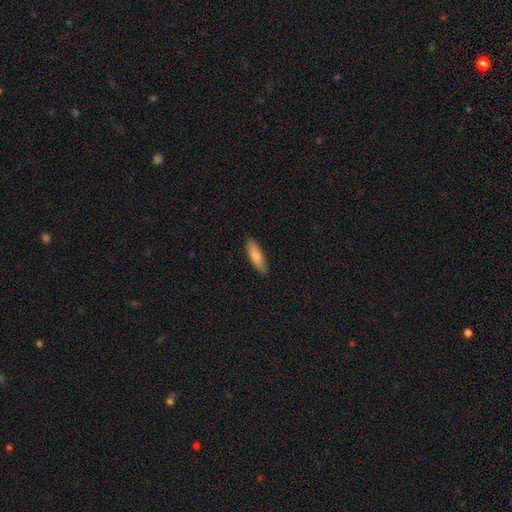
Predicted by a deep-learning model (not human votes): smooth-or-featured: smooth: 83% | featured or disk: 11% | star or artifact: 6%
  how-rounded: in between: 53% | cigar-shaped: 45% | round: 2%
  merging: none: 86% | minor disturbance: 11% | major disturbance: 2% | merger: 1%